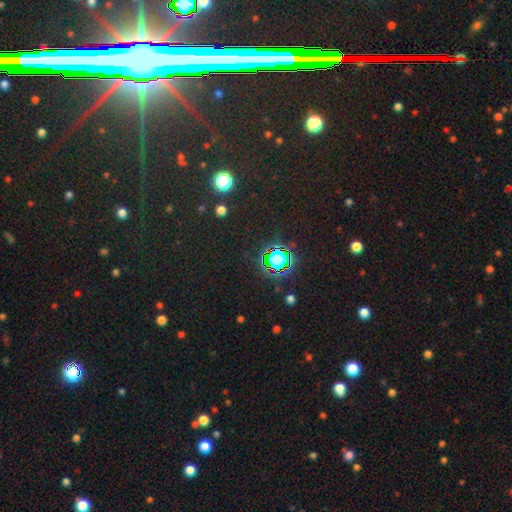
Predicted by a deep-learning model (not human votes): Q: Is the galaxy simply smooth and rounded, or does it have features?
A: star or artifact — 80%.